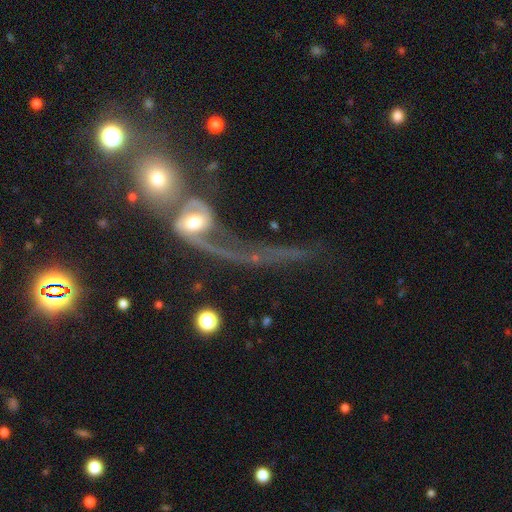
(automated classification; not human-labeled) A featured or disk galaxy (67%) with no bar (62%), spiral arms (71%) and a moderate central bulge (54%).

Vote fractions:
- Smooth or featured? featured or disk: 67% / smooth: 21% / star or artifact: 12%
- Edge-on disk? no: 89% / yes: 11%
- Bar? no: 62% / weak: 26% / strong: 13%
- Spiral arms? yes: 71% / no: 29%
- Bulge size? moderate: 54% / small: 26% / large: 10% / none: 7% / dominant: 3%
- Merging? merger: 51% / major disturbance: 30% / none: 13% / minor disturbance: 7%